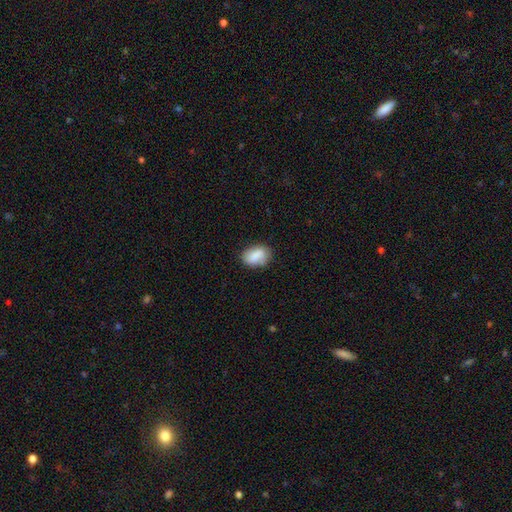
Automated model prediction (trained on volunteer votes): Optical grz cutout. It shows a smooth galaxy with no disk features (81%) that is in between round and cigar-shaped (79%). Merging: none (73%).